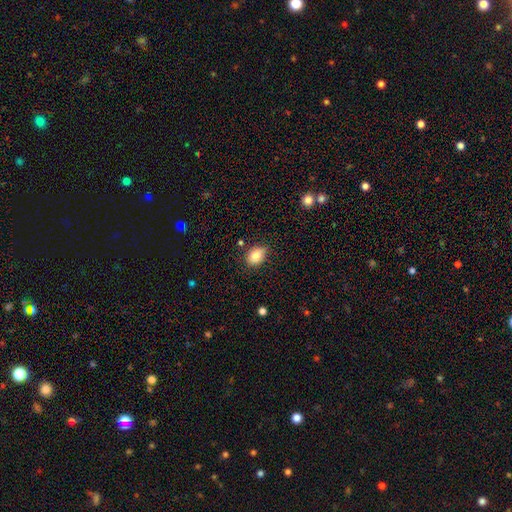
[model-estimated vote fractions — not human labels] This is clearly a smooth galaxy (81%). How rounded: likely in between (67%). Merging: likely none (73%).